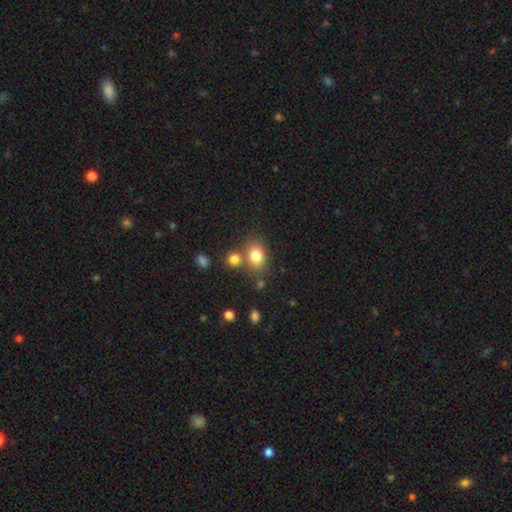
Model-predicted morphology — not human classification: smooth 80%, star or artifact 11%, featured or disk 9%. Down the decision tree: how rounded — in between (61%); merging — none (61%).